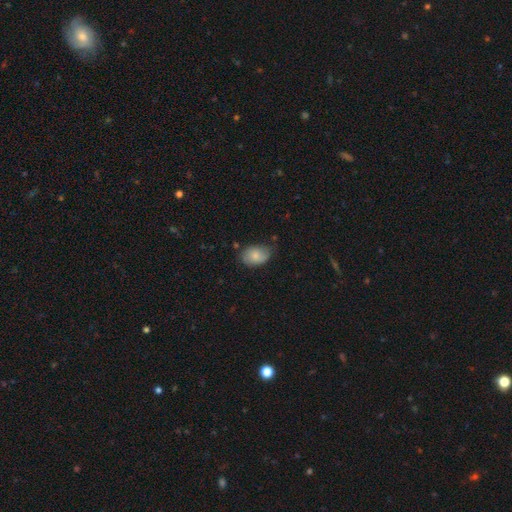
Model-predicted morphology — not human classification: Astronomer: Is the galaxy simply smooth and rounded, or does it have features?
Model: smooth — 79%.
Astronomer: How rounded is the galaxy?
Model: in between — 83%.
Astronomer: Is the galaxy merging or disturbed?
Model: none — 67%.